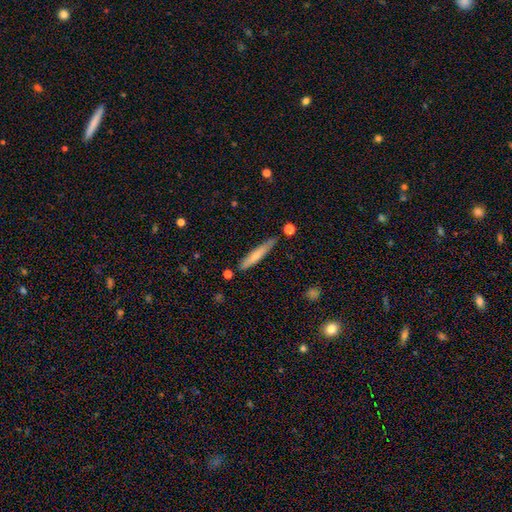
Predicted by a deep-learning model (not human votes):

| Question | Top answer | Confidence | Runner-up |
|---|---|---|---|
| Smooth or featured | smooth | 67% | featured or disk (27%) |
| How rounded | cigar-shaped | 93% | in between (6%) |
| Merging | none | 77% | minor disturbance (17%) |